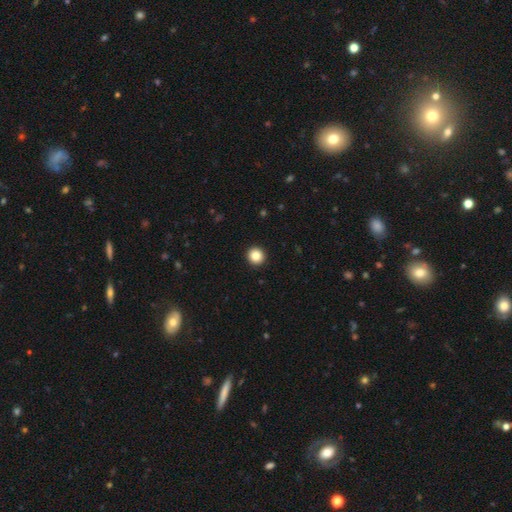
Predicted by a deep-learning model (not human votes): Morphology: type=smooth (85%); roundness=round (95%); merging=none (94%).